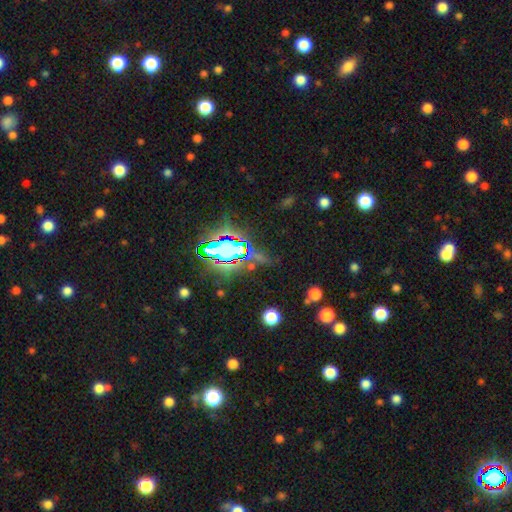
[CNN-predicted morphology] This is likely a star or artifact rather than a galaxy (69%).